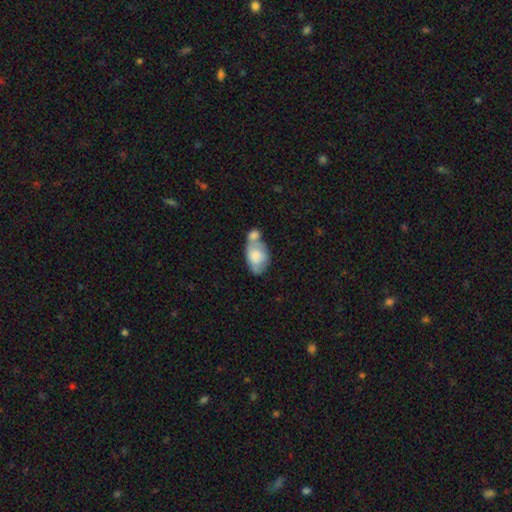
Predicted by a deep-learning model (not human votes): The model was most divided on "merging": merger: 58%, none: 19%, minor disturbance: 15%, major disturbance: 9%. More confident: how rounded — in between (89%); smooth or featured — smooth (67%).